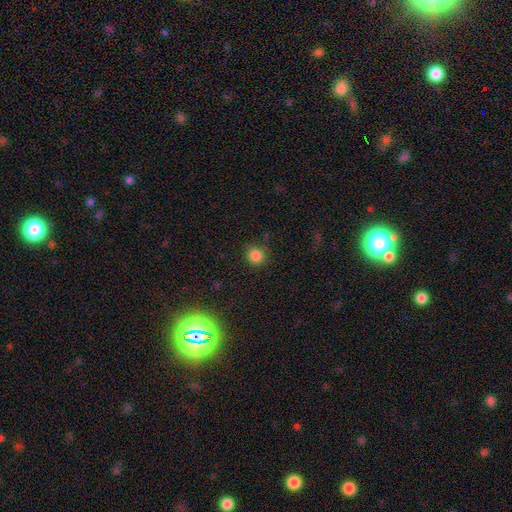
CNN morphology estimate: Smooth or featured? Predicted: smooth (p=0.83). How rounded? Predicted: round (p=0.89). Merging? Predicted: none (p=0.84).